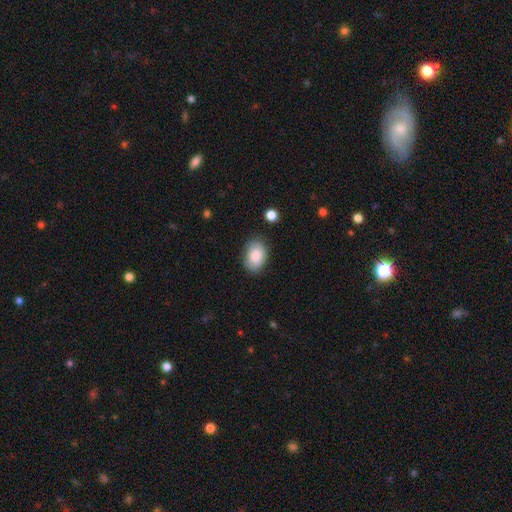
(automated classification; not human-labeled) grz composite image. It shows a smooth galaxy with no disk features (85%) that is in between round and cigar-shaped (85%). Merging: none (80%).